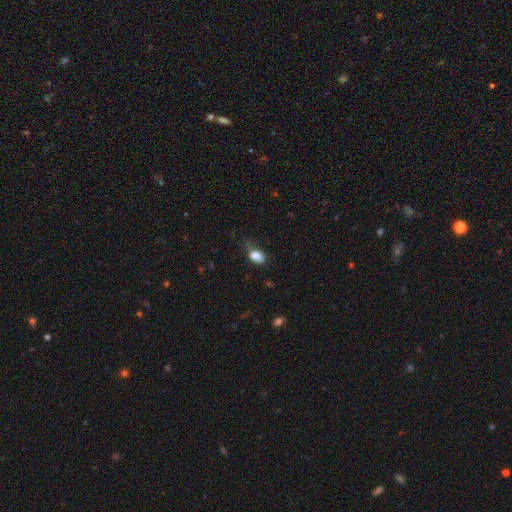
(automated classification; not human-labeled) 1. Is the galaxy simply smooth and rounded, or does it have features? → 82% smooth, 9% featured or disk, 9% star or artifact.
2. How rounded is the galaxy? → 80% in between, 18% round, 2% cigar-shaped.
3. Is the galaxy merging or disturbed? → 39% none (tied), 39% minor disturbance (tied), 19% major disturbance, 3% merger.